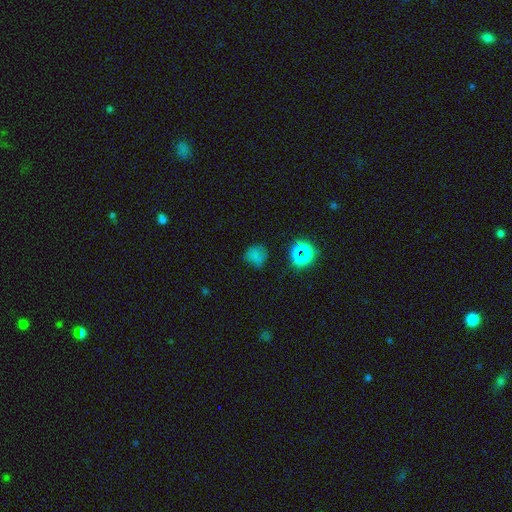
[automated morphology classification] Q: Smooth or featured?
A: smooth (68%); runner-up: star or artifact (26%)
Q: How rounded?
A: round (84%); runner-up: in between (15%)
Q: Merging?
A: none (73%); runner-up: minor disturbance (17%)